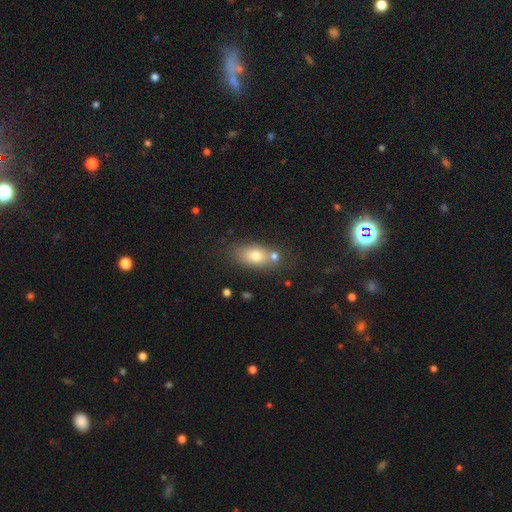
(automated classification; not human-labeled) smooth-or-featured: smooth: 74% | featured or disk: 16% | star or artifact: 10%
  how-rounded: in between: 81% | round: 13% | cigar-shaped: 6%
  merging: none: 60% | merger: 22% | minor disturbance: 13% | major disturbance: 4%